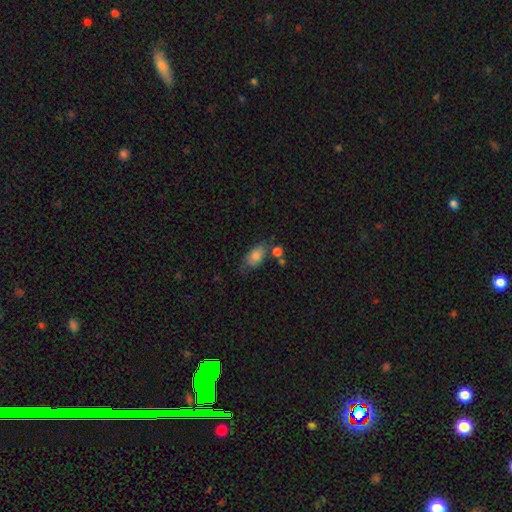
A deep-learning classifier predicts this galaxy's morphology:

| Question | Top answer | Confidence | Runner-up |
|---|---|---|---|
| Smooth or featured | smooth | 82% | featured or disk (10%) |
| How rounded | in between | 89% | round (7%) |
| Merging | none | 53% | minor disturbance (24%) |